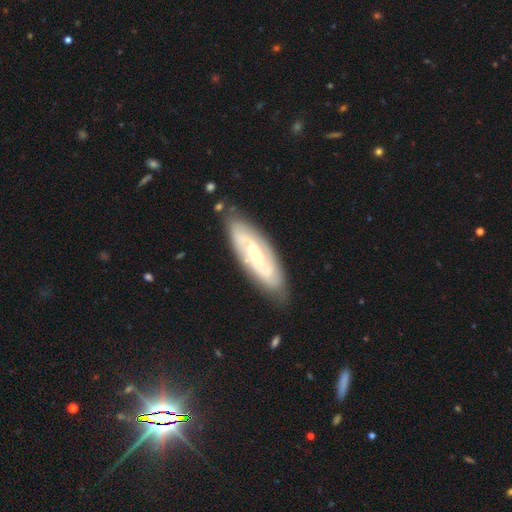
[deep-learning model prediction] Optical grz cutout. It shows a featured or disk galaxy (75%) with no bar (60%), 2 (50%) tight (57%) spiral arms (88%) and a small central bulge (64%). Merging: none (82%).